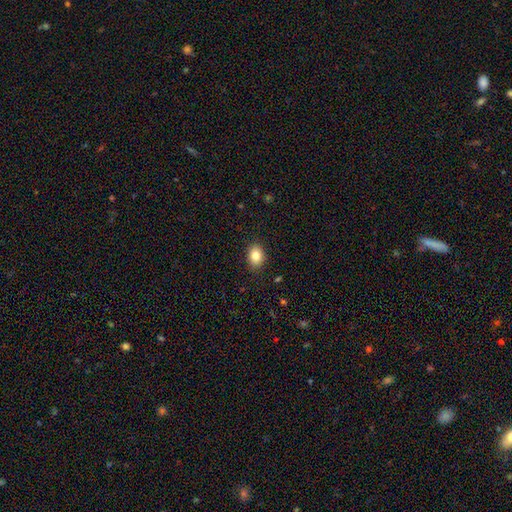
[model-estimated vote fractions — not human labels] Smooth or featured: smooth — 84% (star or artifact — 9%)
How rounded: in between — 67% (round — 32%)
Merging: none — 89% (minor disturbance — 8%)